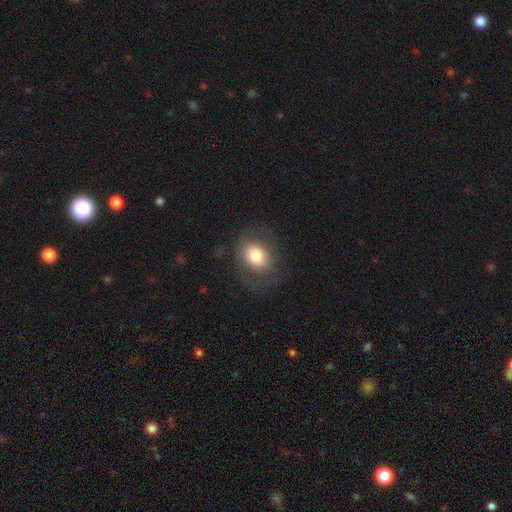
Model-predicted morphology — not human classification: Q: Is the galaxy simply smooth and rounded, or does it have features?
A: smooth — 71%.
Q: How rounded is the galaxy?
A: in between — 55%.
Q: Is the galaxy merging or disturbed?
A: none — 73%.